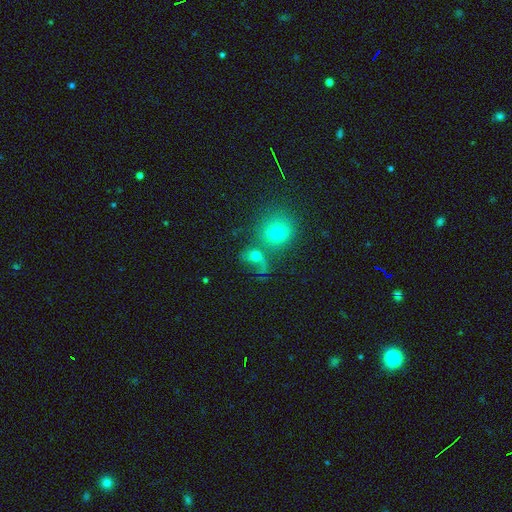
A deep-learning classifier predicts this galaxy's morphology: A smooth galaxy with no disk features (63%) that is round (63%). Merging: merger (43%).